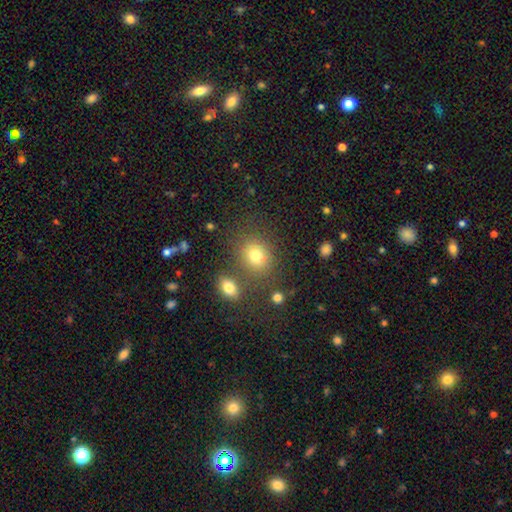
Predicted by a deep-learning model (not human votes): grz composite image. It shows a smooth galaxy with no disk features (76%) that is round (60%). Merging: none (70%).